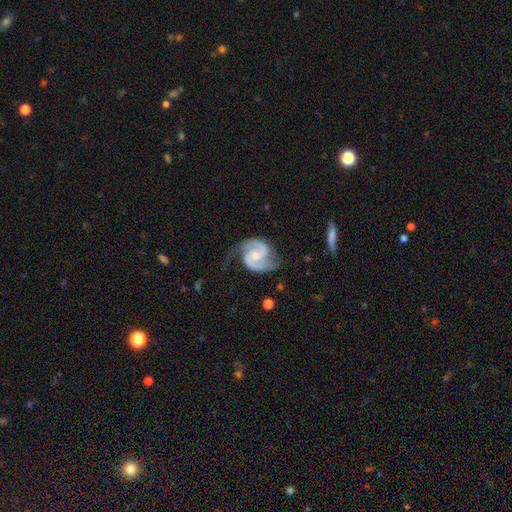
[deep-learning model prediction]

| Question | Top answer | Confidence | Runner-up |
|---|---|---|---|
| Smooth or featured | featured or disk | 91% | smooth (5%) |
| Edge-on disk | no | 98% | yes (2%) |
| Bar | no | 55% | weak (37%) |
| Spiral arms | yes | 98% | no (2%) |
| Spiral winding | medium | 54% | tight (36%) |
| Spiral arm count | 2 | 93% | can't tell (2%) |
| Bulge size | small | 48% | moderate (37%) |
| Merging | none | 70% | minor disturbance (20%) |